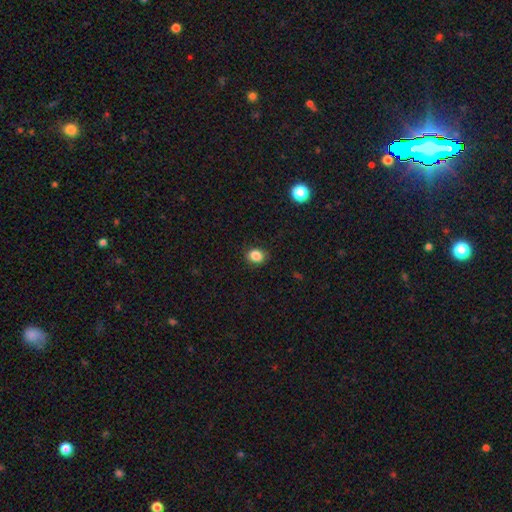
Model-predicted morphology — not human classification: The model was most divided on "how rounded": round: 56%, in between: 43%, cigar-shaped: 1%. More confident: merging — none (87%); smooth or featured — smooth (86%).